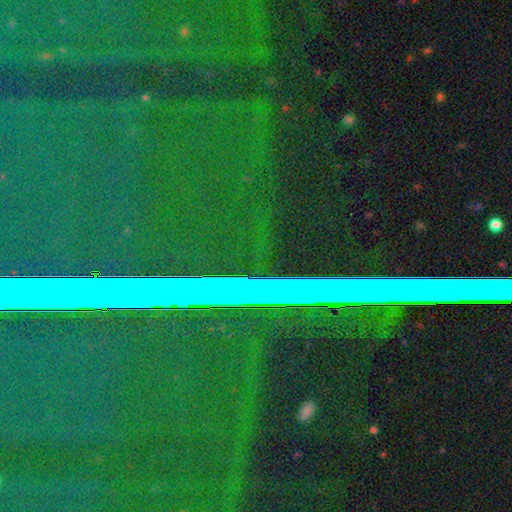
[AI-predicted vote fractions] Q: Smooth or featured?
A: star or artifact (85%); runner-up: featured or disk (9%)